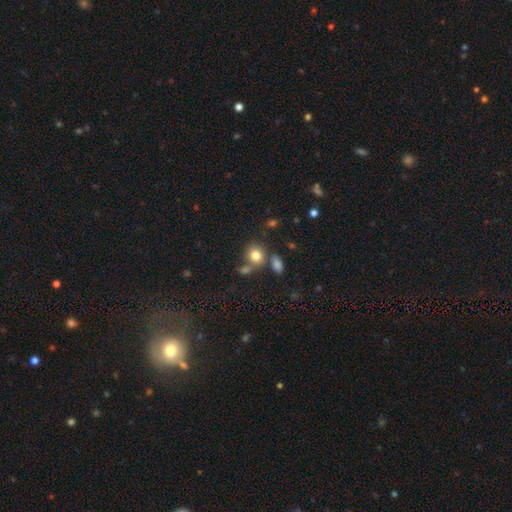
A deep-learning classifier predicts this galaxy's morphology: The model was most divided on "merging": none: 60%, merger: 21%, minor disturbance: 13%, major disturbance: 6%. More confident: smooth or featured — smooth (80%); how rounded — round (72%).